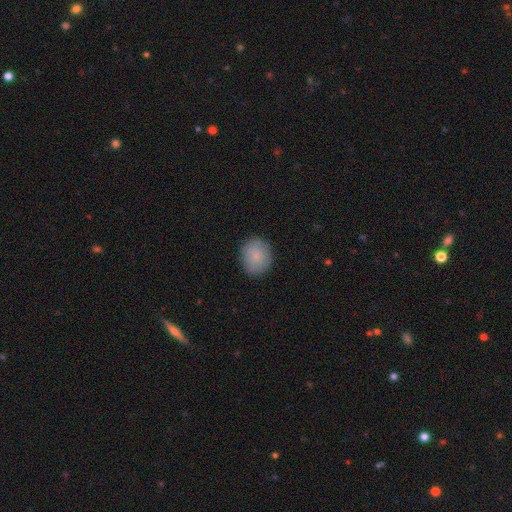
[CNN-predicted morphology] smooth-or-featured: smooth: 85% | featured or disk: 8% | star or artifact: 7%
  how-rounded: round: 74% | in between: 25% | cigar-shaped: 1%
  merging: none: 87% | minor disturbance: 10% | major disturbance: 2% | merger: 1%